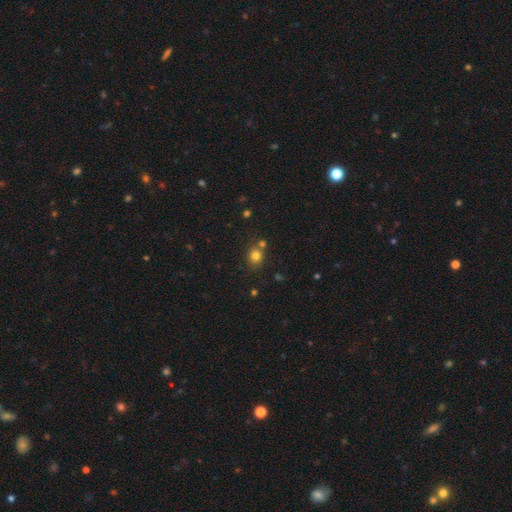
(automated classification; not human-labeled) This is likely a smooth galaxy (79%). How rounded: likely round (75%). Merging: likely none (67%).